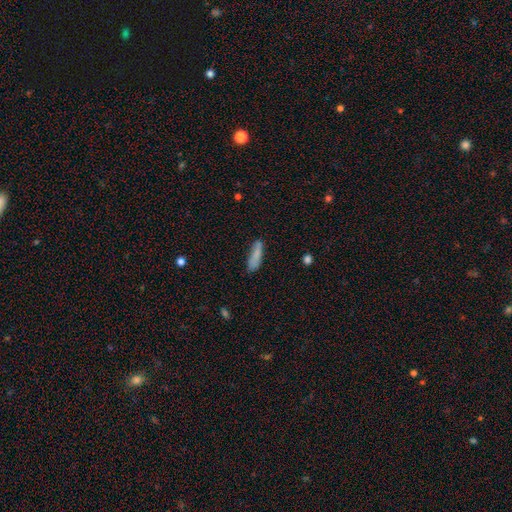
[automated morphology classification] Overall: smooth (81%). How rounded: cigar-shaped (63%; in between 35%). Merging: none (68%).